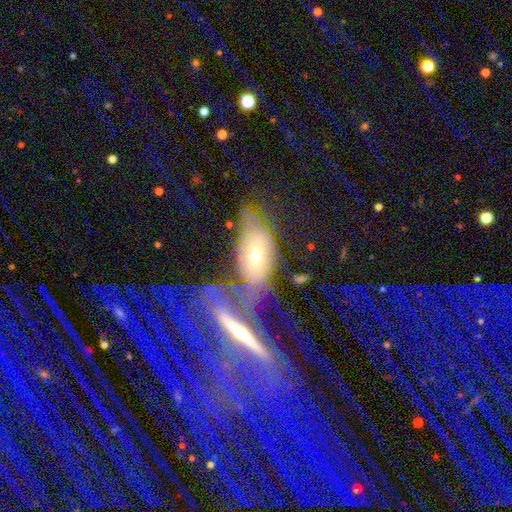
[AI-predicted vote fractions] This appears to be a featured or disk galaxy (52%). Merging: merger (42%).